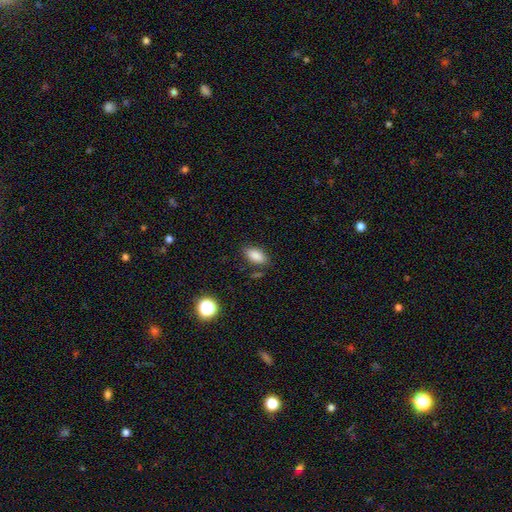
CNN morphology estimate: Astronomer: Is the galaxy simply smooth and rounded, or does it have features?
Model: smooth — 86%.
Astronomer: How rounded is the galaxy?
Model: in between — 91%.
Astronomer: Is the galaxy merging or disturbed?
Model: none — 80%.